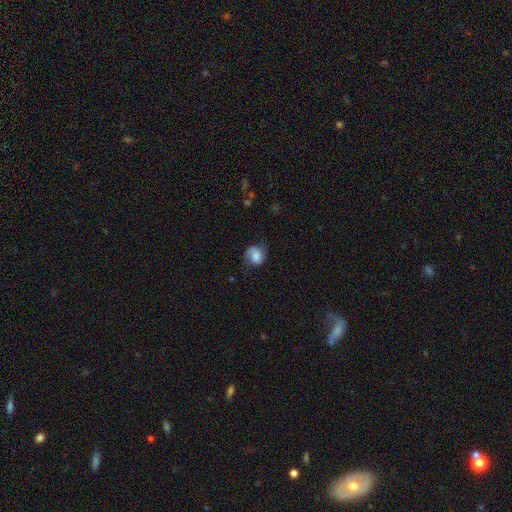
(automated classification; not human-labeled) This appears to be a smooth galaxy with no disk features (49%). Merging: none (60%).